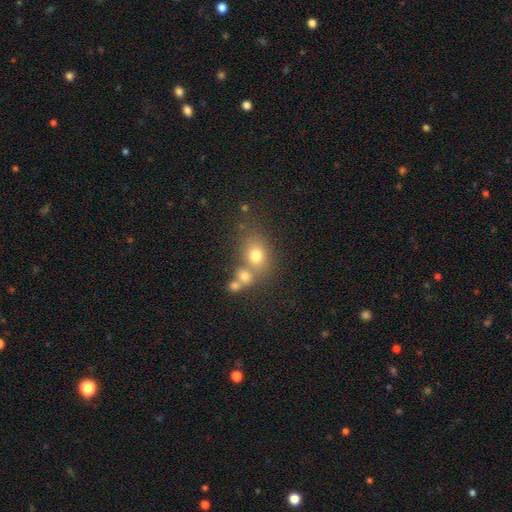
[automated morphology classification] type=smooth (72%); roundness=round (49%, tied with in between); merging=none (47%).